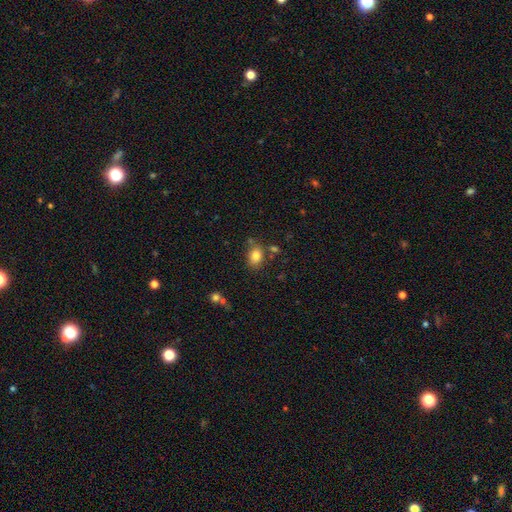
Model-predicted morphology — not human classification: Smooth or featured? smooth (81%)
How rounded? in between (68%)
Merging? none (73%)